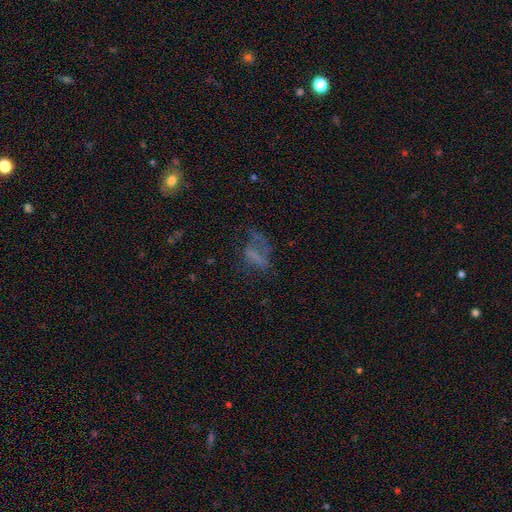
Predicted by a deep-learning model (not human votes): smooth-or-featured: smooth: 43% | featured or disk: 35% | star or artifact: 22%
  merging: major disturbance: 47% | none: 30% | minor disturbance: 19% | merger: 4%